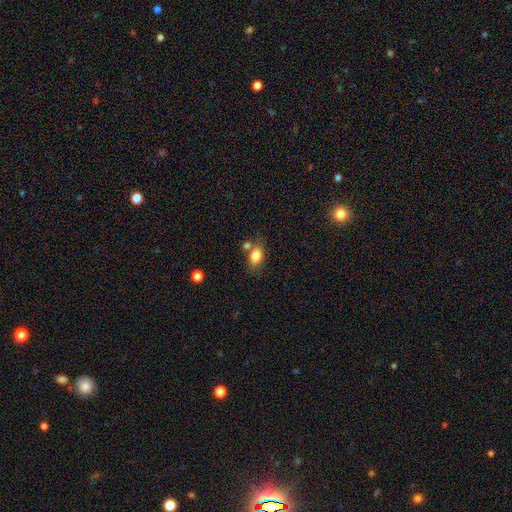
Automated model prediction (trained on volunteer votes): Smooth or featured: smooth — 82% (featured or disk — 9%)
How rounded: in between — 82% (round — 16%)
Merging: none — 61% (merger — 19%)